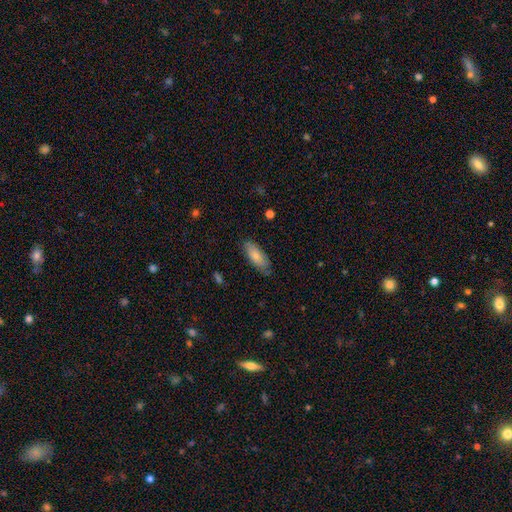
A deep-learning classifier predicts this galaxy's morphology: smooth_or_featured: smooth (p=0.75) [alt: featured or disk p=0.19]
how_rounded: in between (p=0.81) [alt: cigar-shaped p=0.17]
merging: none (p=0.73) [alt: minor disturbance p=0.21]